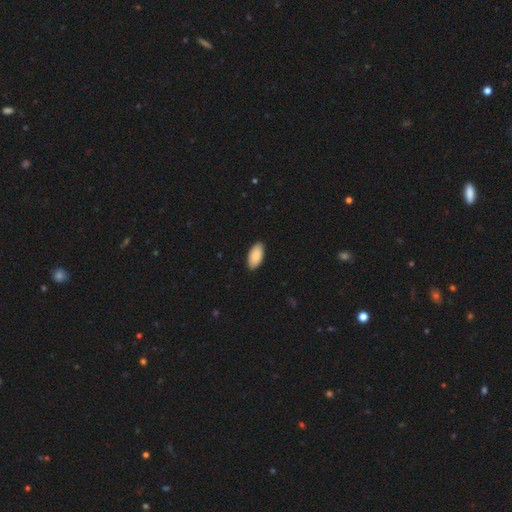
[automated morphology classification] The model was most divided on "merging": none: 89%, minor disturbance: 8%, major disturbance: 2%, merger: 1%. More confident: how rounded — in between (94%); smooth or featured — smooth (91%).